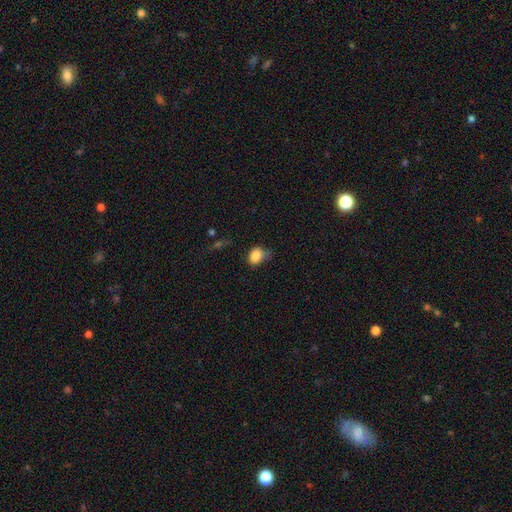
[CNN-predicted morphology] This appears to be a smooth galaxy with no disk features (84%) that is in between round and cigar-shaped (53%). Merging: none (54%).